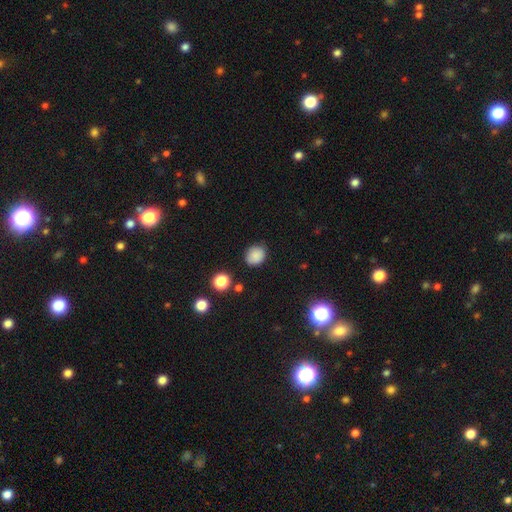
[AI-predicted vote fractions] This is clearly a smooth galaxy (85%). How rounded: likely round (61%). Merging: clearly none (80%).